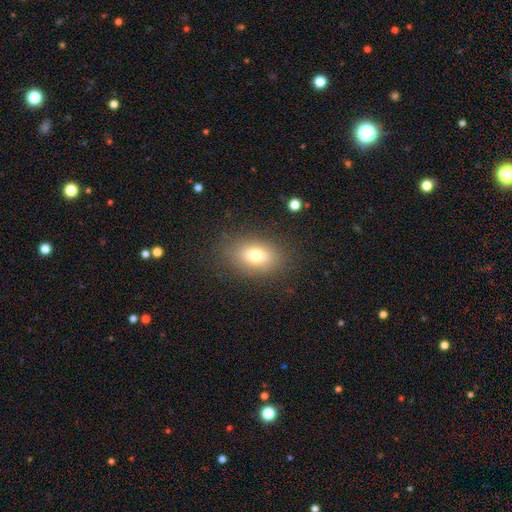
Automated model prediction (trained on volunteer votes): Morphology: type=smooth (74%); roundness=in between (79%); merging=none (82%).